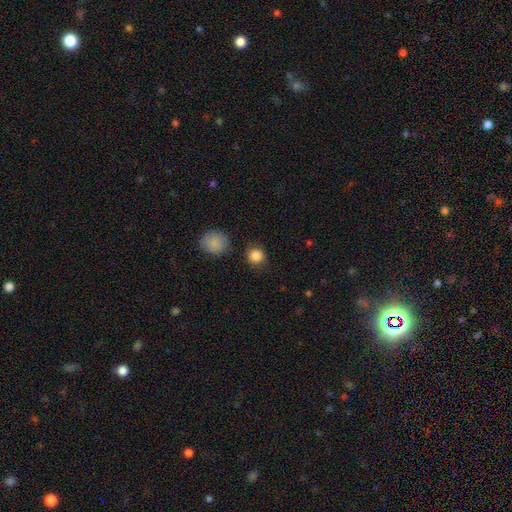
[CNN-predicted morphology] Q: Smooth or featured?
A: smooth (86%); runner-up: star or artifact (10%)
Q: How rounded?
A: round (92%); runner-up: in between (7%)
Q: Merging?
A: none (85%); runner-up: minor disturbance (9%)